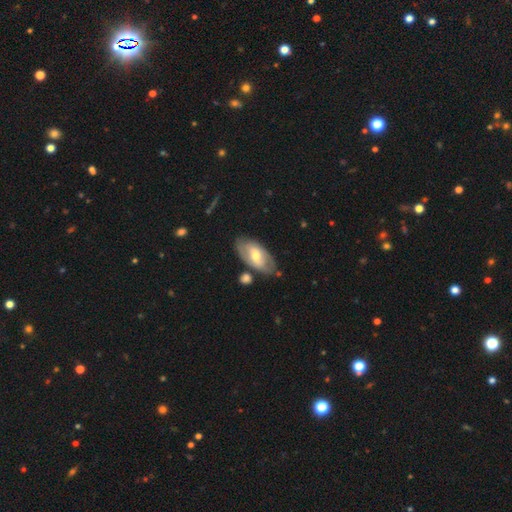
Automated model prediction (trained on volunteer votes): Smooth or featured? featured or disk (53%)
Edge-on disk? no (88%)
Merging? none (73%)